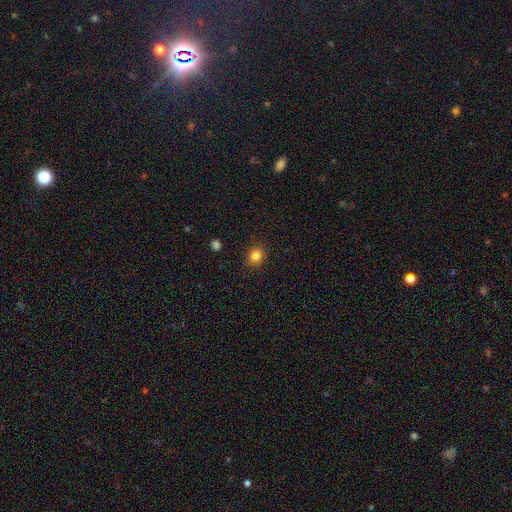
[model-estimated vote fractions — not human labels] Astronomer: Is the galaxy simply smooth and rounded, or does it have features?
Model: smooth — 83%.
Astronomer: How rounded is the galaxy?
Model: round — 74%.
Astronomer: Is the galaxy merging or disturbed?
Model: none — 90%.